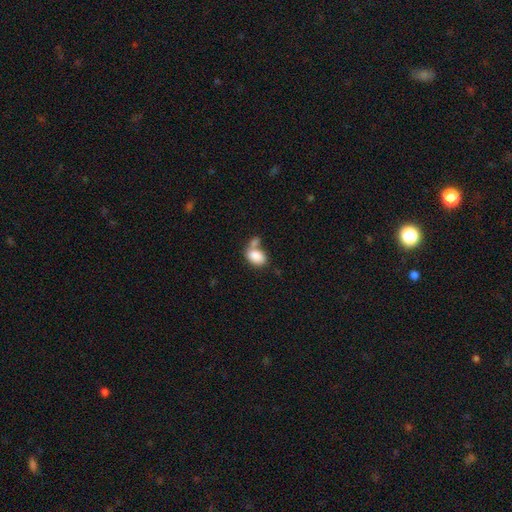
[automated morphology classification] Smooth or featured?
  - smooth: 85% *
  - featured or disk: 8%
  - star or artifact: 8%
How rounded?
  - in between: 87% *
  - round: 12%
  - cigar-shaped: 1%
Merging?
  - merger: 47% *
  - none: 33%
  - minor disturbance: 13%
  - major disturbance: 7%